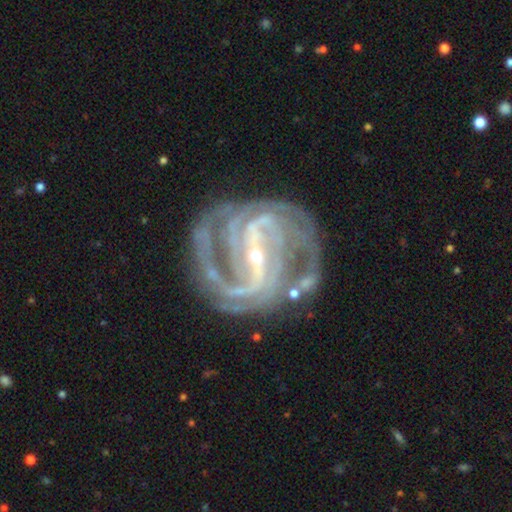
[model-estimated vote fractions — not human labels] smooth-or-featured: featured or disk: 93% | star or artifact: 5% | smooth: 2%
  disk-edge-on: no: 98% | yes: 2%
    bar: strong: 69% | weak: 22% | no: 9%
    has-spiral-arms: yes: 99% | no: 1%
      spiral-winding: tight: 51% | medium: 42% | loose: 7%
      spiral-arm-count: 2: 28% | 3: 27% | 4: 21% | can't tell: 10% | more than 4: 7% | 1: 7%
    bulge-size: small: 82% | moderate: 15% | none: 1% | large: 1% | dominant: 1%
  merging: none: 68% | minor disturbance: 18% | major disturbance: 10% | merger: 4%